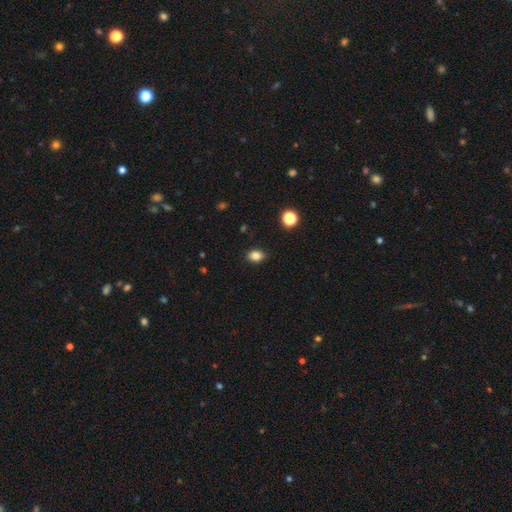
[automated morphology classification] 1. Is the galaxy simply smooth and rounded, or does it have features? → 84% smooth, 11% star or artifact, 5% featured or disk.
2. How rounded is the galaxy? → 71% in between, 28% round, 1% cigar-shaped.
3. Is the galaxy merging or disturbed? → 86% none, 11% minor disturbance, 2% major disturbance, 1% merger.